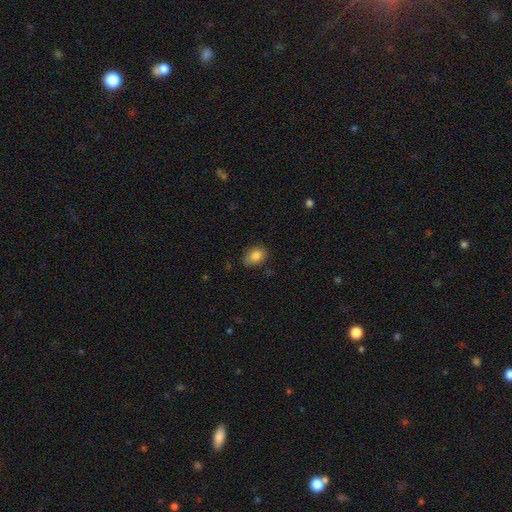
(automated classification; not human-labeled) smooth_or_featured: smooth (p=0.85) [alt: star or artifact p=0.09]
how_rounded: in between (p=0.75) [alt: round p=0.24]
merging: none (p=0.74) [alt: minor disturbance p=0.20]